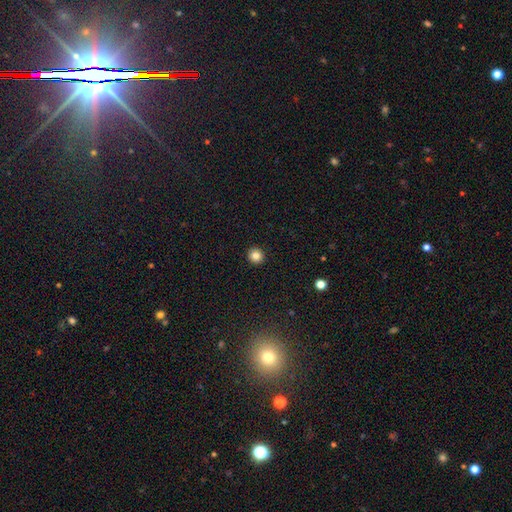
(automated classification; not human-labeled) Overall: smooth (84%). How rounded: round (94%). Merging: none (94%).